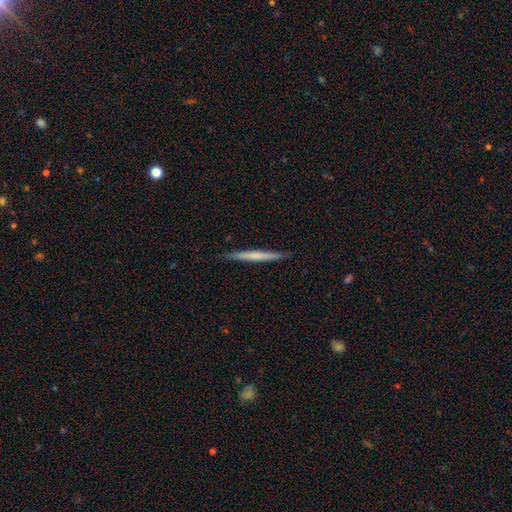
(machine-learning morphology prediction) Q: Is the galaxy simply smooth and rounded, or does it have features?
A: smooth — 51%.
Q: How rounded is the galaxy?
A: cigar-shaped — 97%.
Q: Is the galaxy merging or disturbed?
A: none — 90%.